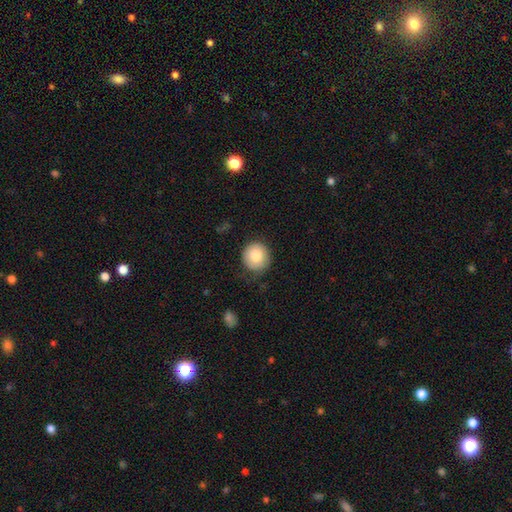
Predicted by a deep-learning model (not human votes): The model was most divided on "merging": none: 82%, minor disturbance: 14%, major disturbance: 3%, merger: 1%. More confident: how rounded — round (93%); smooth or featured — smooth (83%).